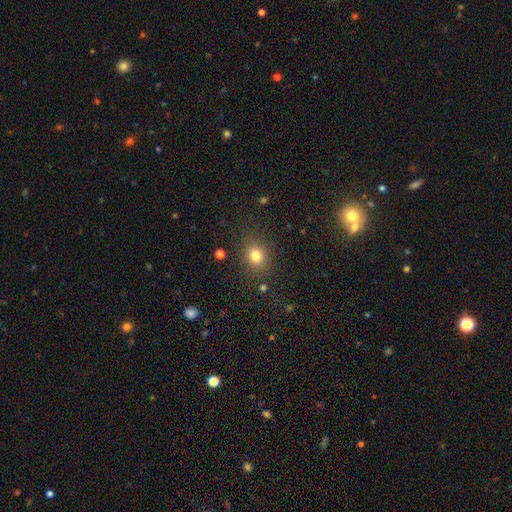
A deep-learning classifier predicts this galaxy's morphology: Overall: smooth (80%). How rounded: round (60%; in between 39%). Merging: none (82%).